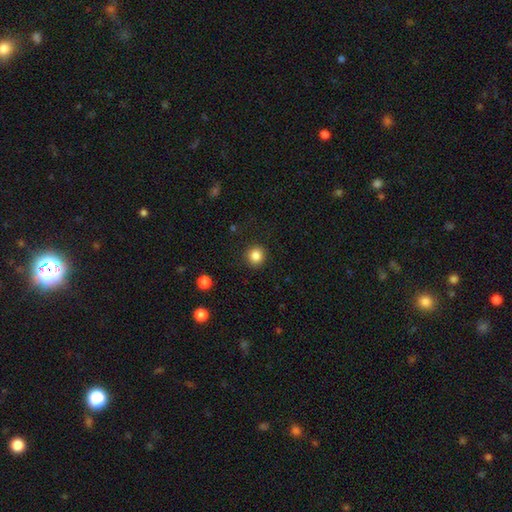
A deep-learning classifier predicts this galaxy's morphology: The model was most divided on "smooth or featured": smooth: 85%, star or artifact: 11%, featured or disk: 4%. More confident: how rounded — round (93%); merging — none (91%).